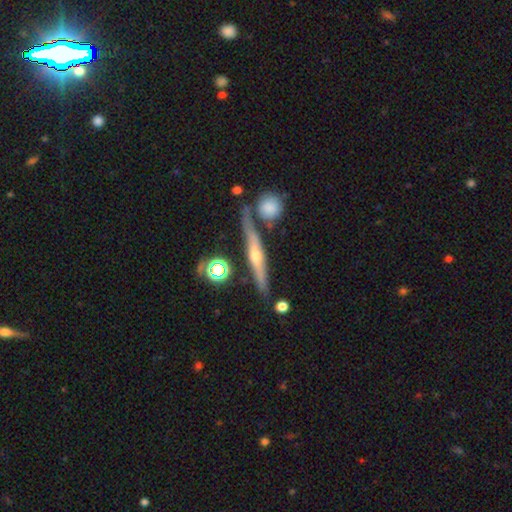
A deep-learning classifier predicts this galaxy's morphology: Q: Smooth or featured?
A: featured or disk (74%); runner-up: smooth (18%)
Q: Edge-on disk?
A: yes (95%); runner-up: no (5%)
Q: Edge-on bulge?
A: rounded (85%); runner-up: none (11%)
Q: Merging?
A: none (80%); runner-up: minor disturbance (10%)